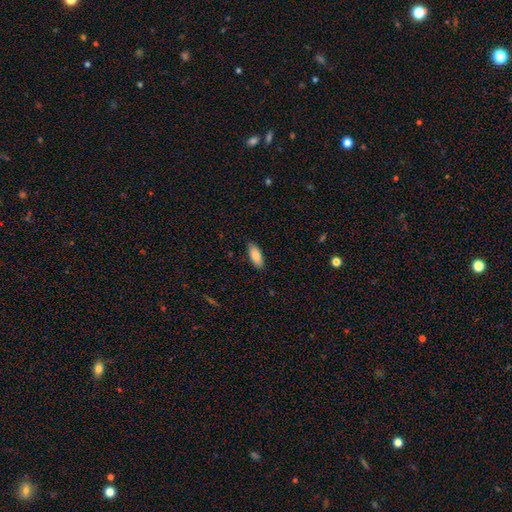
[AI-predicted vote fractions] This is clearly a smooth galaxy (84%). How rounded: likely in between (80%). Merging: clearly none (87%).